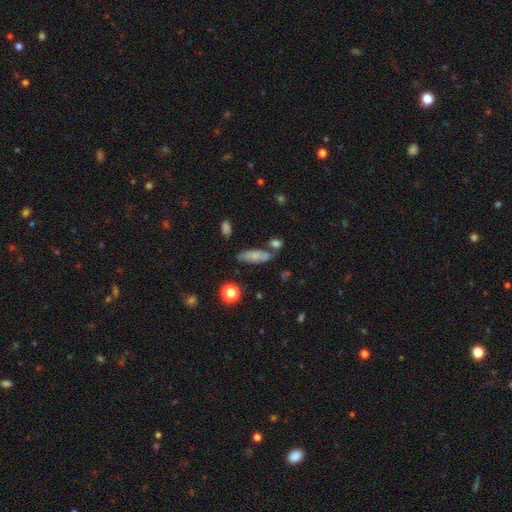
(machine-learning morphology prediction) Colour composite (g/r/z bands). It shows a smooth galaxy with no disk features (67%) that is in between round and cigar-shaped (61%). Merging: none (60%).